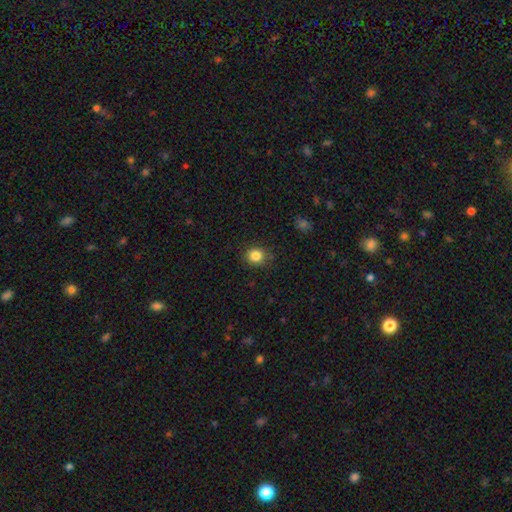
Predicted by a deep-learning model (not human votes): smooth-or-featured: smooth: 85% | star or artifact: 11% | featured or disk: 4%
  how-rounded: round: 82% | in between: 17% | cigar-shaped: 1%
  merging: none: 86% | minor disturbance: 10% | major disturbance: 3% | merger: 1%